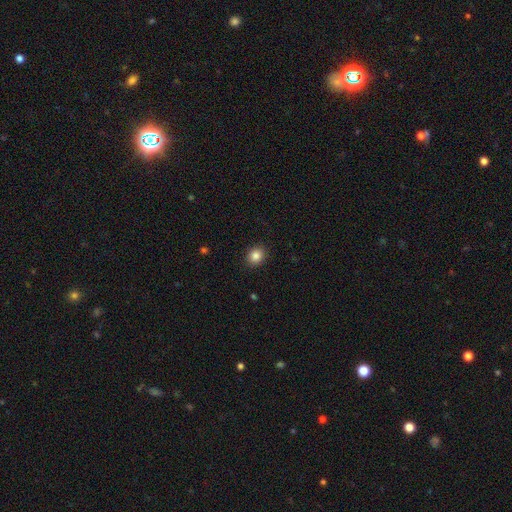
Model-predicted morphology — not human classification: Overall: smooth (86%). How rounded: round (67%; in between 32%). Merging: none (91%).